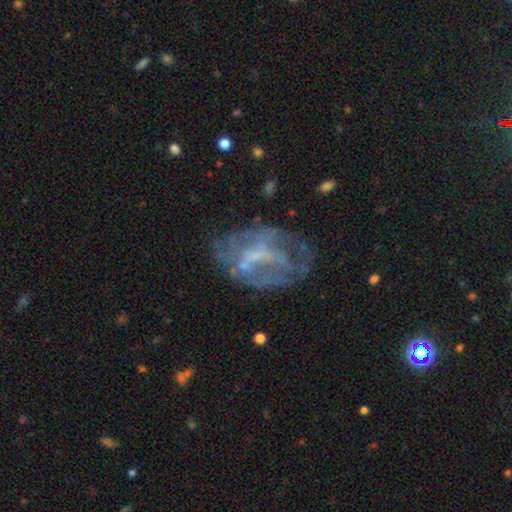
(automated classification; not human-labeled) A featured or disk galaxy (67%) with no bar (54%), no spiral arms (69%) and no central bulge (42%). Merging: none (47%).